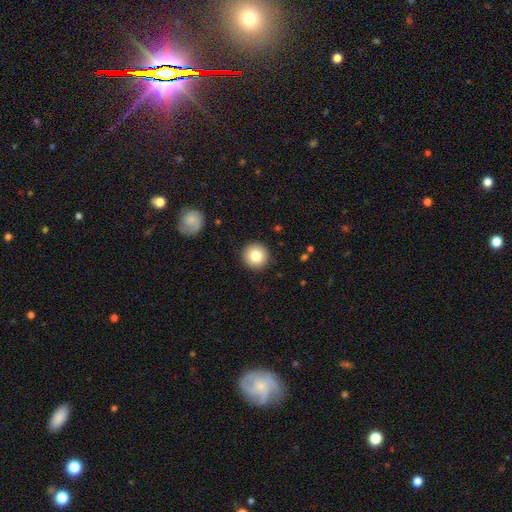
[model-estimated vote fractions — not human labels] smooth_or_featured: smooth (p=0.82) [alt: featured or disk p=0.10]
how_rounded: round (p=0.96) [alt: in between p=0.03]
merging: none (p=0.92) [alt: minor disturbance p=0.05]